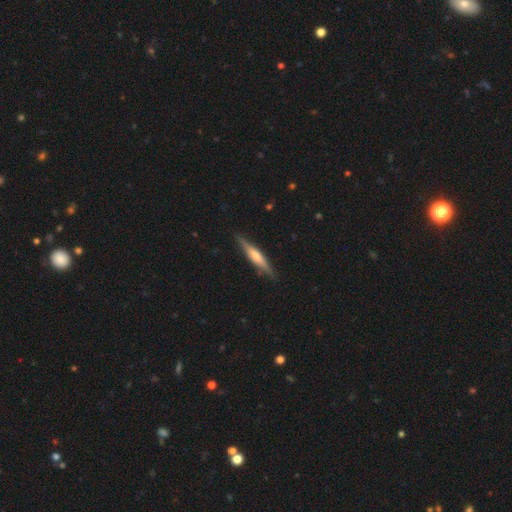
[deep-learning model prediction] A featured or disk galaxy (58%) viewed edge-on (96%) with a rounded central bulge (64%).

Vote fractions:
- Smooth or featured? featured or disk: 58% / smooth: 37% / star or artifact: 6%
- Edge-on disk? yes: 96% / no: 4%
- Edge-on bulge? rounded: 64% / boxy: 20% / none: 16%
- Merging? none: 88% / minor disturbance: 9% / major disturbance: 2% / merger: 1%